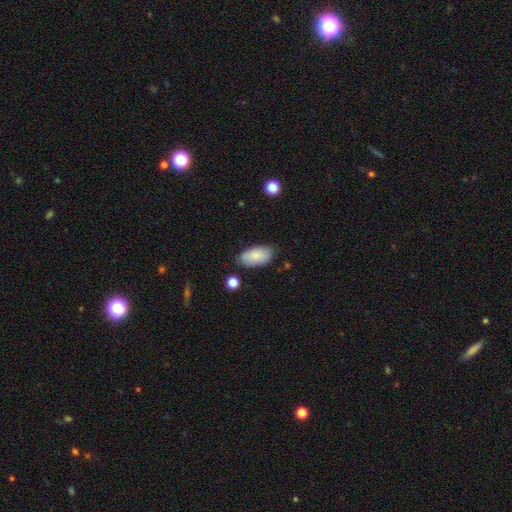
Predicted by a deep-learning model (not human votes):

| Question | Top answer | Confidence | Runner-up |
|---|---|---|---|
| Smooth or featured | smooth | 84% | featured or disk (9%) |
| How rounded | in between | 94% | cigar-shaped (3%) |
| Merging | none | 79% | minor disturbance (16%) |